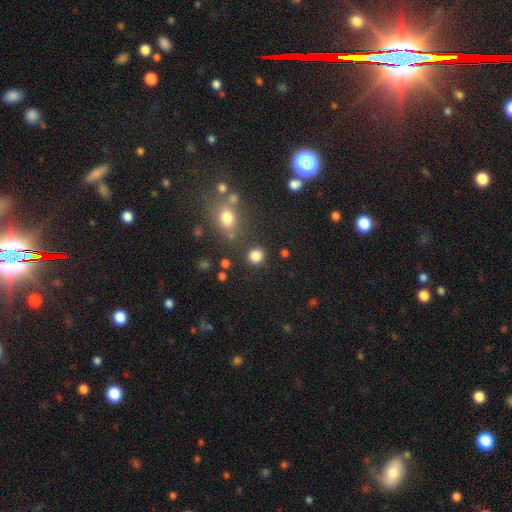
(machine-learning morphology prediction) Smooth or featured? smooth (83%)
How rounded? round (86%)
Merging? none (85%)